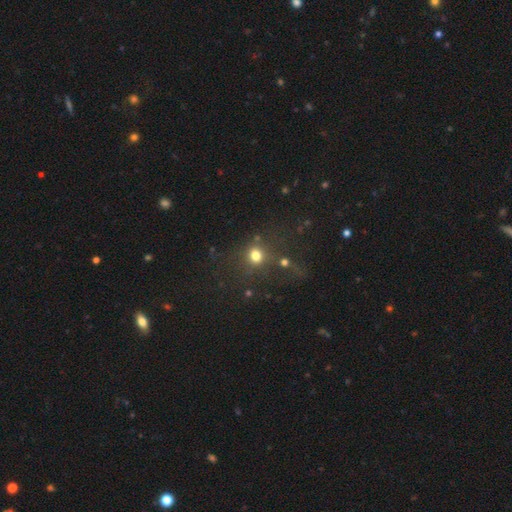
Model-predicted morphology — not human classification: Smooth or featured? smooth (71%)
How rounded? round (80%)
Merging? none (63%)